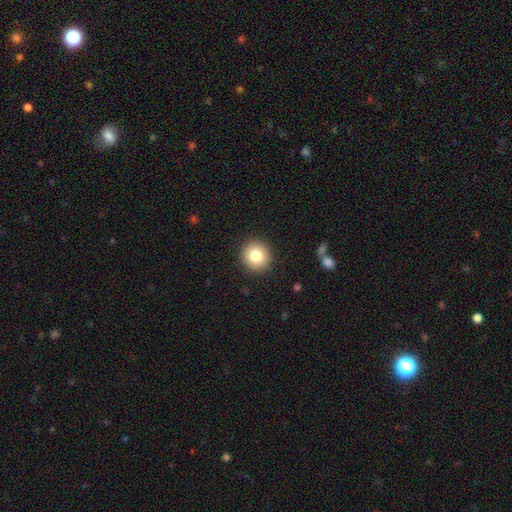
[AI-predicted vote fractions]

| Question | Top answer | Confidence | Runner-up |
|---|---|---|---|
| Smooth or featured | smooth | 81% | star or artifact (10%) |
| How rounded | round | 92% | in between (7%) |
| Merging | none | 91% | minor disturbance (6%) |